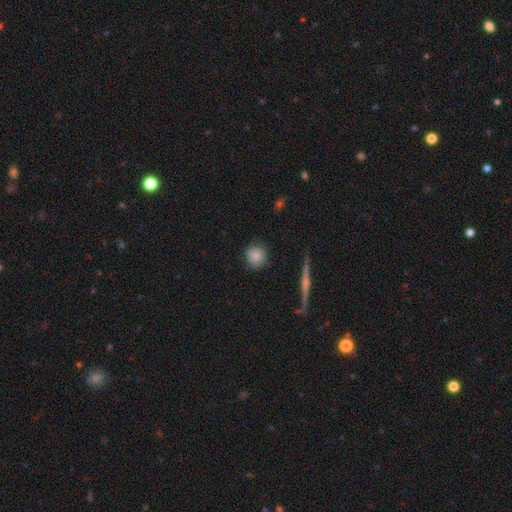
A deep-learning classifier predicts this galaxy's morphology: Overall: smooth (81%). How rounded: round (90%). Merging: none (81%).